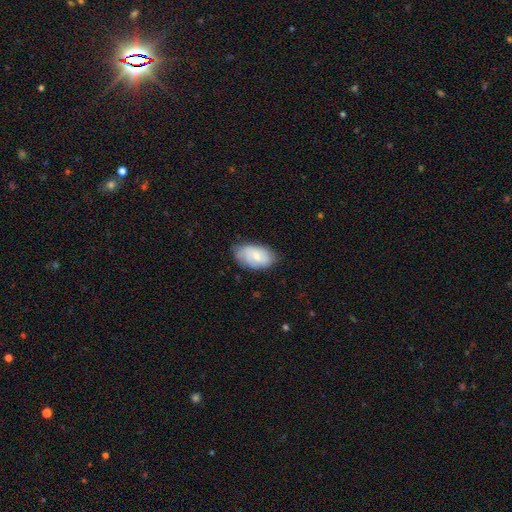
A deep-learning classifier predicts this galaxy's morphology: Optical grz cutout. It shows a smooth galaxy with no disk features (62%) that is in between round and cigar-shaped (94%). Merging: none (68%).